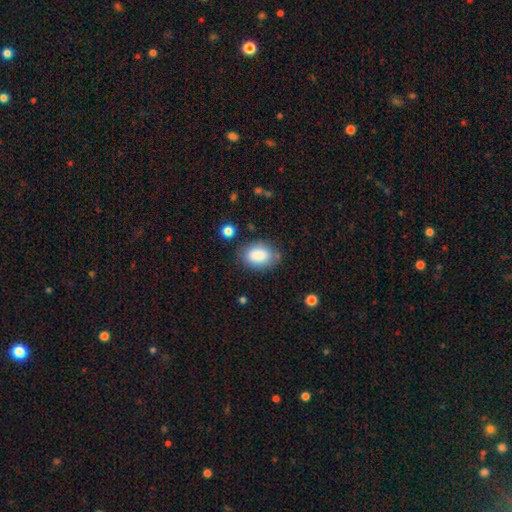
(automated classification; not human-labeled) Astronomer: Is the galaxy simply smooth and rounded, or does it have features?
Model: smooth — 86%.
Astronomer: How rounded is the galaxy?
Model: in between — 84%.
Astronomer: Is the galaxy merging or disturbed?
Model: none — 75%.